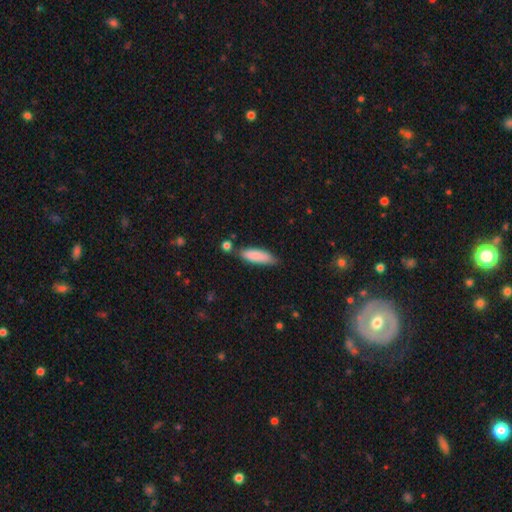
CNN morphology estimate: Smooth or featured: smooth — 86% (featured or disk — 8%)
How rounded: in between — 50% (cigar-shaped — 48%)
Merging: none — 67% (minor disturbance — 21%)